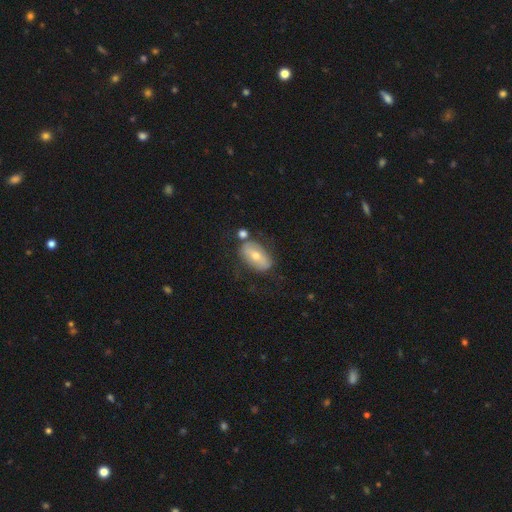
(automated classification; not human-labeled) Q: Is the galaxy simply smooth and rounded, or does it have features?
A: featured or disk — 47%.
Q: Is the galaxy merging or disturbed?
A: none — 64%.